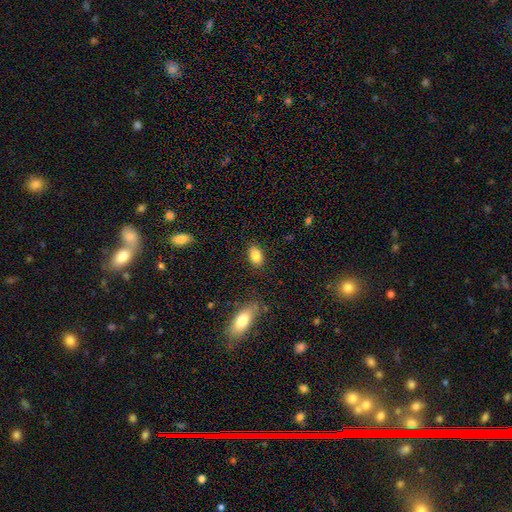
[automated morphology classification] smooth-or-featured: smooth: 85% | star or artifact: 8% | featured or disk: 7%
  how-rounded: in between: 89% | round: 9% | cigar-shaped: 3%
  merging: none: 86% | minor disturbance: 10% | major disturbance: 3% | merger: 2%